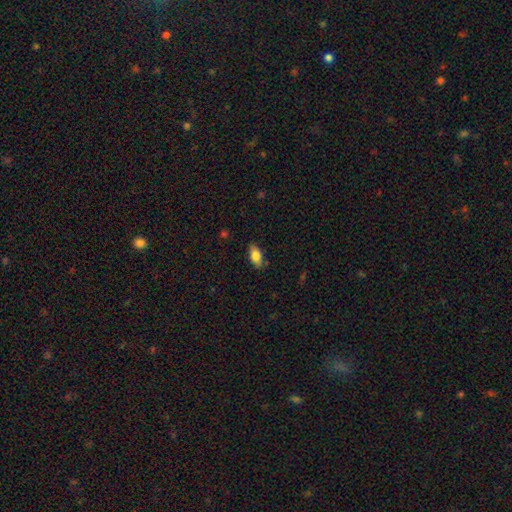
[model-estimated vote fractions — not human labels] Smooth or featured? smooth (81%)
How rounded? in between (88%)
Merging? none (82%)